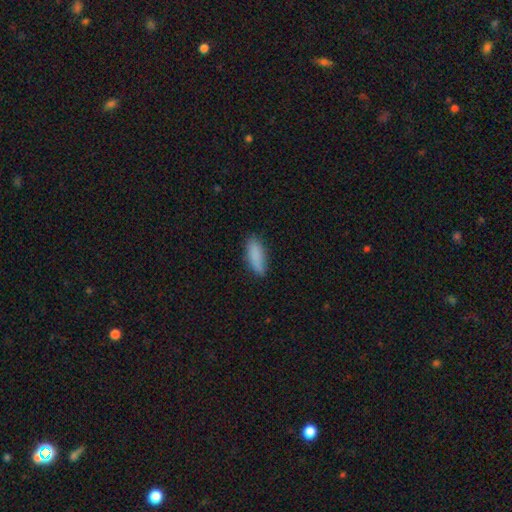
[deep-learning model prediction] Overall: smooth (86%). How rounded: in between (62%; cigar-shaped 36%). Merging: none (78%).